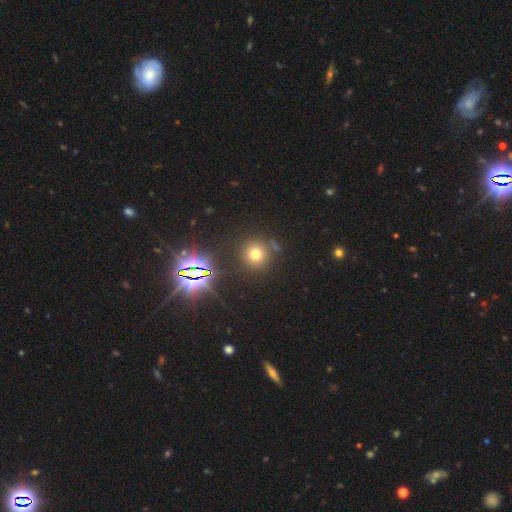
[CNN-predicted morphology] Q: Smooth or featured?
A: smooth (60%); runner-up: star or artifact (30%)
Q: How rounded?
A: round (92%); runner-up: in between (7%)
Q: Merging?
A: none (82%); runner-up: minor disturbance (8%)